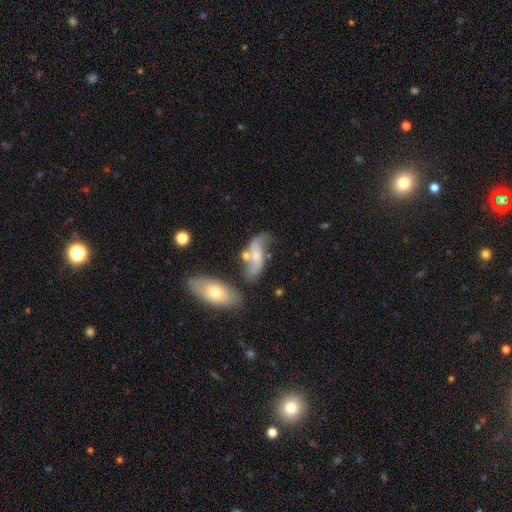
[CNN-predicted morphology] smooth_or_featured: featured or disk (p=0.52) [alt: smooth p=0.41]
disk_edge_on: no (p=0.88) [alt: yes p=0.12]
merging: none (p=0.40) [alt: merger p=0.24]